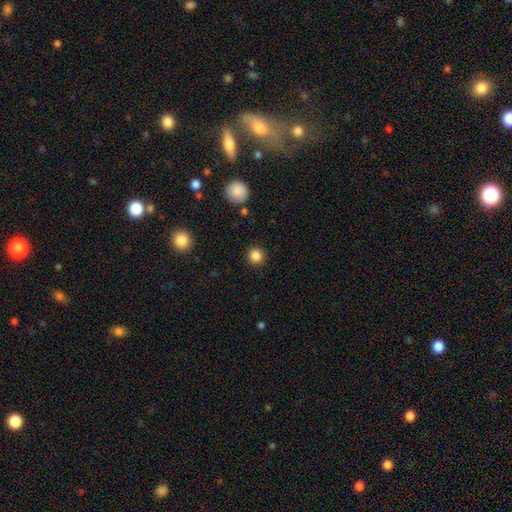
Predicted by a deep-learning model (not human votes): smooth 85%, star or artifact 11%, featured or disk 4%. Down the decision tree: how rounded — round (94%); merging — none (91%).